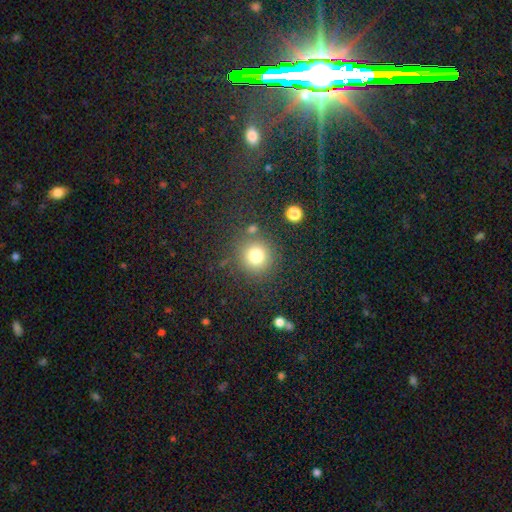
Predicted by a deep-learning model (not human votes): Overall: smooth (78%). How rounded: round (92%). Merging: none (81%).